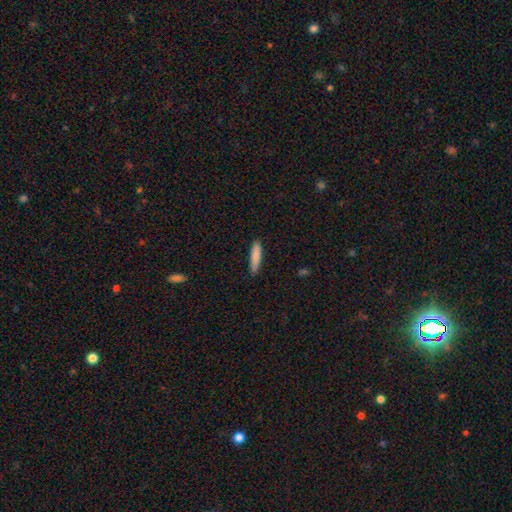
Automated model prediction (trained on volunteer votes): Q: Smooth or featured?
A: smooth (84%); runner-up: featured or disk (10%)
Q: How rounded?
A: cigar-shaped (84%); runner-up: in between (15%)
Q: Merging?
A: none (86%); runner-up: minor disturbance (11%)